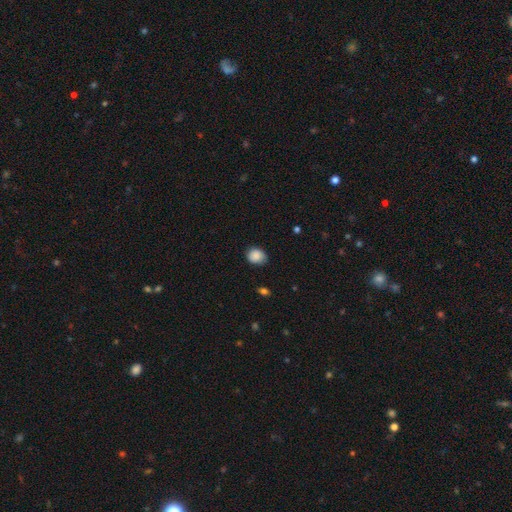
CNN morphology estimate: Overall: smooth (87%). How rounded: round (68%; in between 31%). Merging: none (72%).